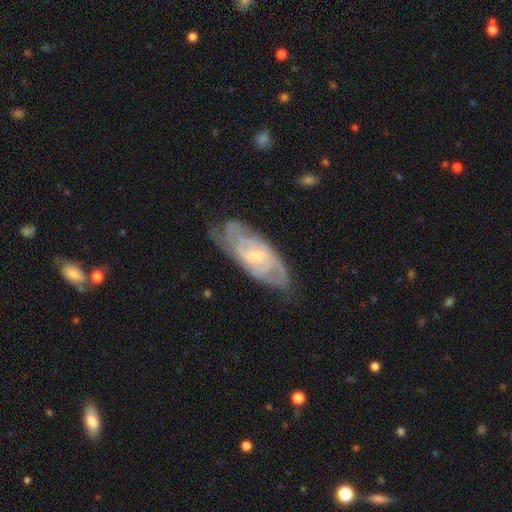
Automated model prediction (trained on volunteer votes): A featured or disk galaxy (81%) with no bar (46%), tight (62%) spiral arms (93%) and a small central bulge (51%). Merging: none (66%).